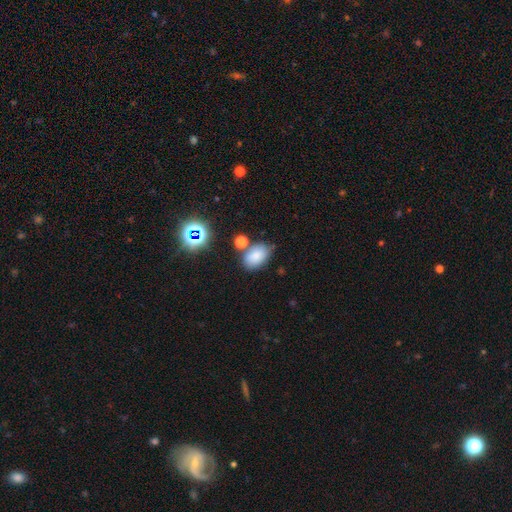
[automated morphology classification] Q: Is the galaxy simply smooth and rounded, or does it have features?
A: smooth — 79%.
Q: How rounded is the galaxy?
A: in between — 84%.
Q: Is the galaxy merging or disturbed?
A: none — 68%.